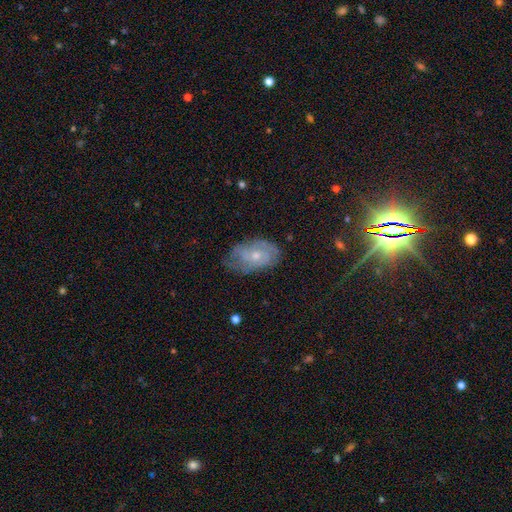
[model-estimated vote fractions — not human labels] featured or disk 66%, smooth 25%, star or artifact 9%. Down the decision tree: edge-on disk — no (95%); bar — no (76%); spiral arms — yes (81%); spiral arm count — can't tell (47%); spiral winding — tight (54%); bulge size — small (59%); merging — none (64%).